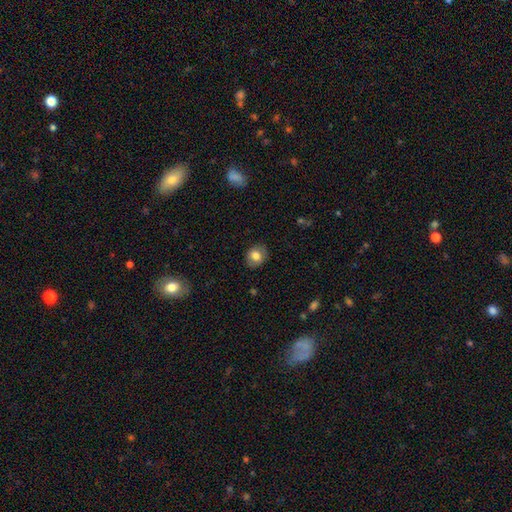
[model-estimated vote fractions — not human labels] A smooth galaxy with no disk features (79%) that is round (60%). Merging: none (86%).